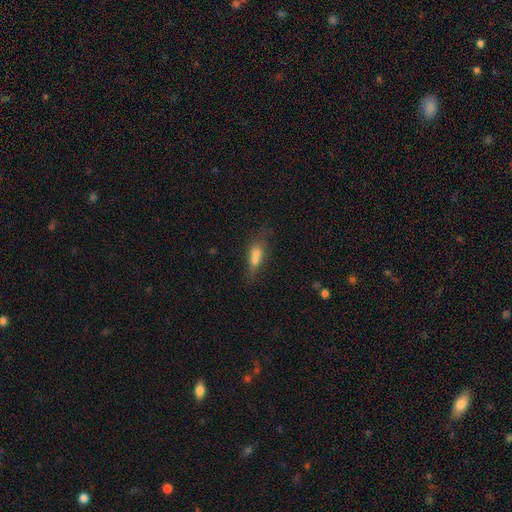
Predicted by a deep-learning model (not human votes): Smooth or featured? smooth (51%)
How rounded? cigar-shaped (47%)
Merging? none (47%)